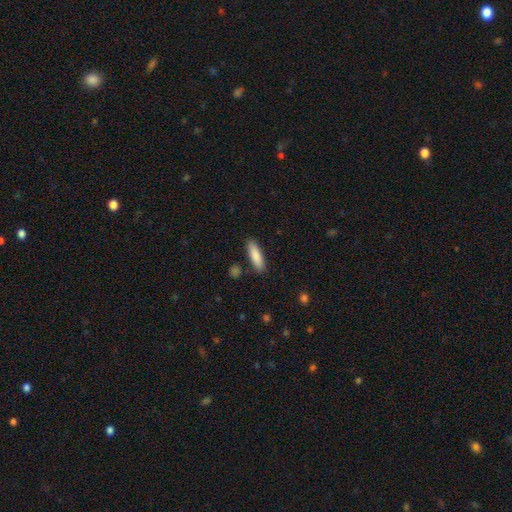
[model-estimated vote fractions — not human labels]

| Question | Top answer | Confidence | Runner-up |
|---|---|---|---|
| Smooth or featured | smooth | 85% | featured or disk (9%) |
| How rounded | cigar-shaped | 60% | in between (39%) |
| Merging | none | 87% | minor disturbance (9%) |